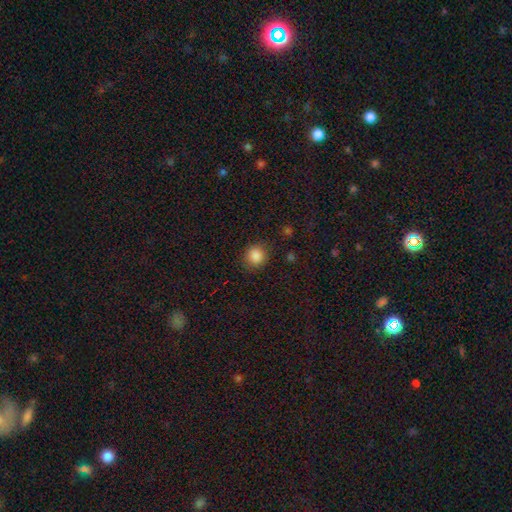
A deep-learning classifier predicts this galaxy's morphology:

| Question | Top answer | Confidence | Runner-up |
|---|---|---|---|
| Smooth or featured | smooth | 86% | star or artifact (11%) |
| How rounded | round | 86% | in between (13%) |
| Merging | none | 85% | minor disturbance (10%) |